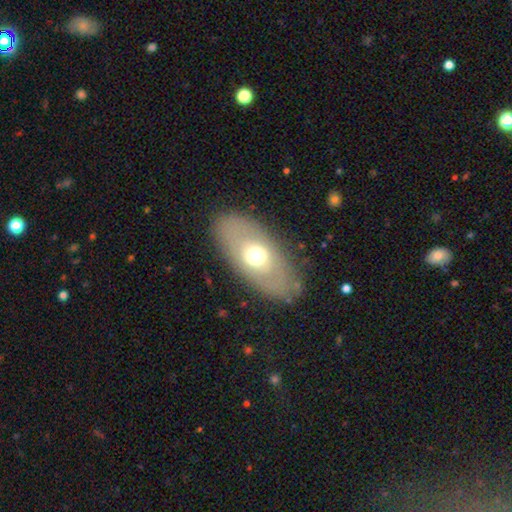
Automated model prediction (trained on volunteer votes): Overall: smooth (50%; featured or disk 42%). Merging: none (82%).